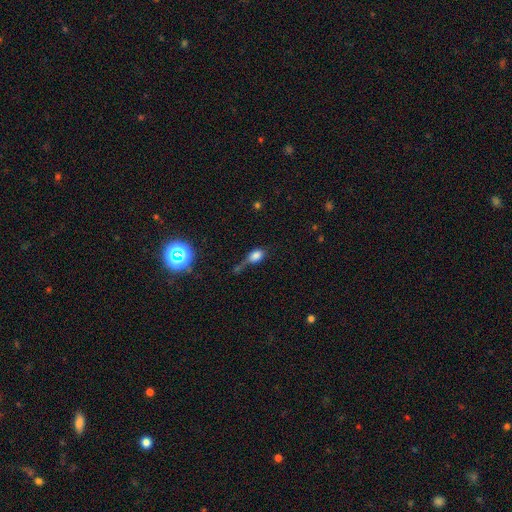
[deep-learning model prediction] Smooth or featured: smooth — 73% (star or artifact — 14%)
How rounded: in between — 78% (round — 17%)
Merging: none — 30% (major disturbance — 25%)